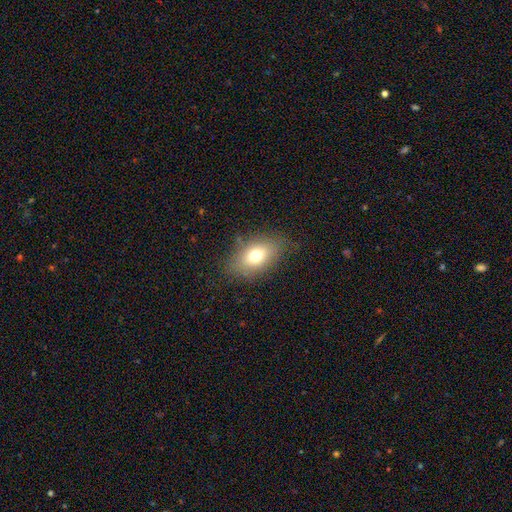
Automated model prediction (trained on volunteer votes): The model was most divided on "smooth or featured": smooth: 71%, featured or disk: 18%, star or artifact: 11%. More confident: how rounded — in between (84%); merging — none (77%).